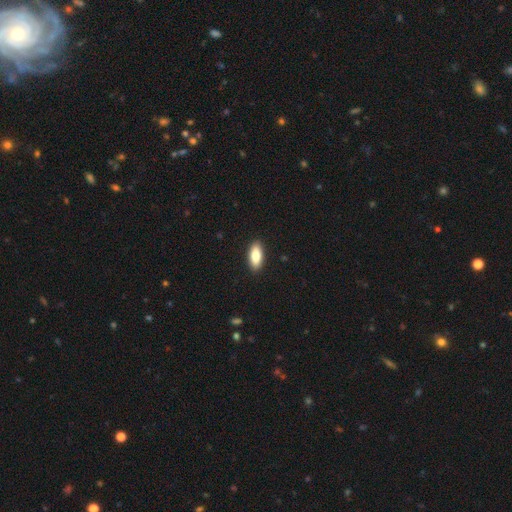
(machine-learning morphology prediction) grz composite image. It shows a smooth galaxy with no disk features (81%) that is in between round and cigar-shaped (82%). Merging: none (90%).